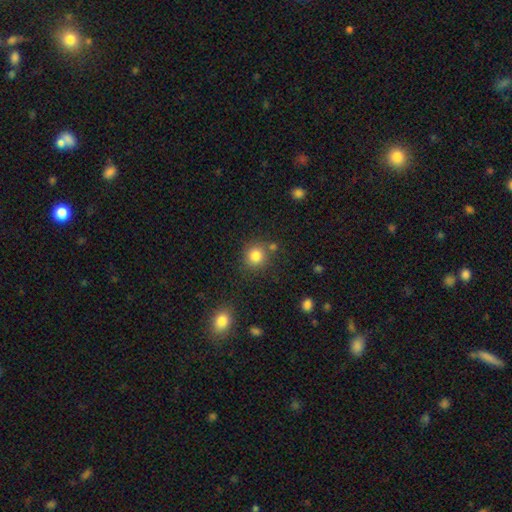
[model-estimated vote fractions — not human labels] This appears to be a smooth galaxy with no disk features (83%) that is round (88%). Merging: none (76%).